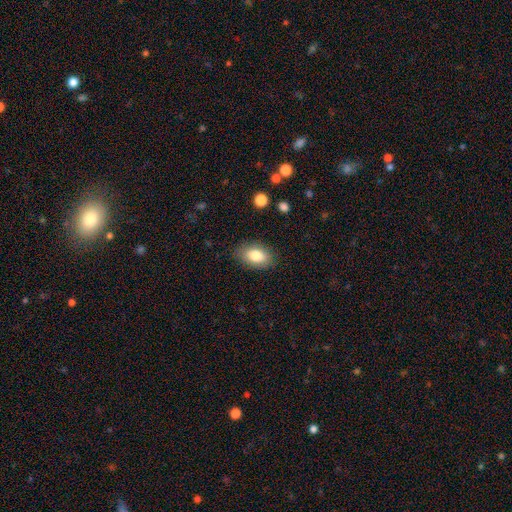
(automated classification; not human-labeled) Smooth or featured? smooth (81%)
How rounded? in between (90%)
Merging? none (84%)